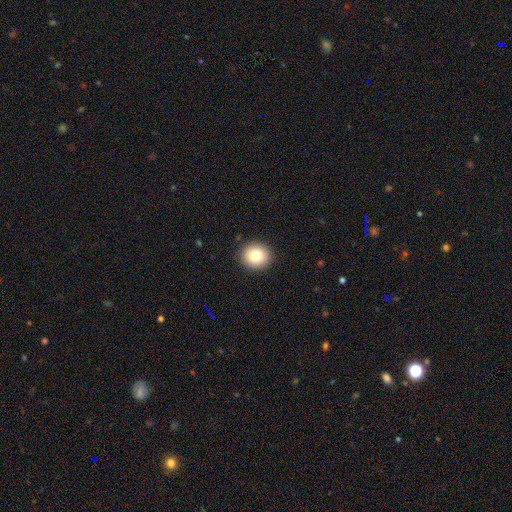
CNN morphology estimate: smooth 83%, star or artifact 9%, featured or disk 7%. Down the decision tree: how rounded — round (85%); merging — none (91%).